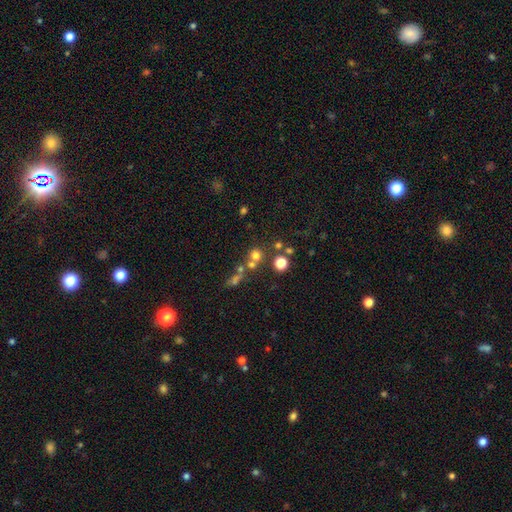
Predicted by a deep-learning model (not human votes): Overall: smooth (63%). How rounded: round (89%). Merging: none (58%; merger 30%).